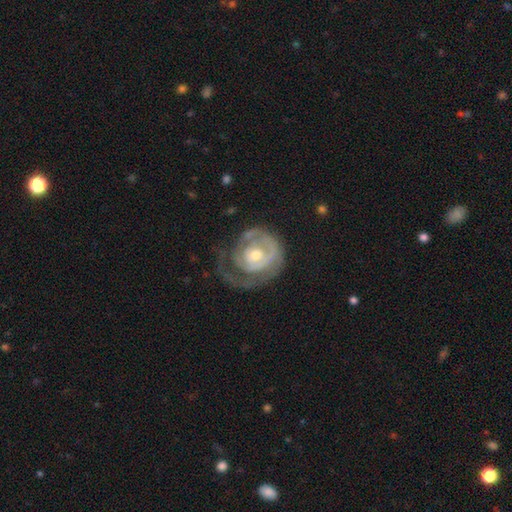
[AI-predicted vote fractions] featured or disk 78%, smooth 17%, star or artifact 5%. Down the decision tree: edge-on disk — no (97%); bar — no (75%); spiral arms — yes (81%); spiral arm count — 1 (48%); spiral winding — tight (66%); bulge size — moderate (56%); merging — none (49%).